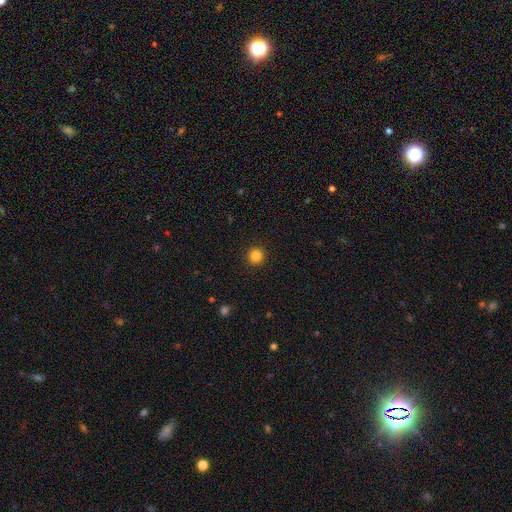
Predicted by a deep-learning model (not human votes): Q: Smooth or featured?
A: smooth (84%); runner-up: star or artifact (12%)
Q: How rounded?
A: round (95%); runner-up: in between (4%)
Q: Merging?
A: none (93%); runner-up: minor disturbance (5%)